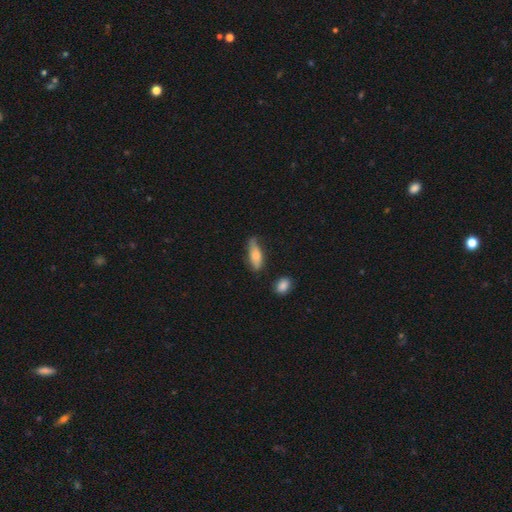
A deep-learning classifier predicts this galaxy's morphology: Smooth or featured? smooth (75%)
How rounded? in between (59%)
Merging? none (52%)